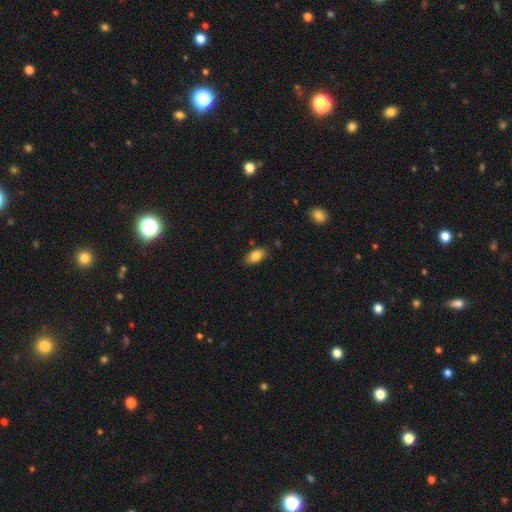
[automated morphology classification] smooth-or-featured: smooth: 84% | featured or disk: 8% | star or artifact: 8%
  how-rounded: in between: 91% | cigar-shaped: 5% | round: 4%
  merging: none: 81% | minor disturbance: 14% | major disturbance: 3% | merger: 2%